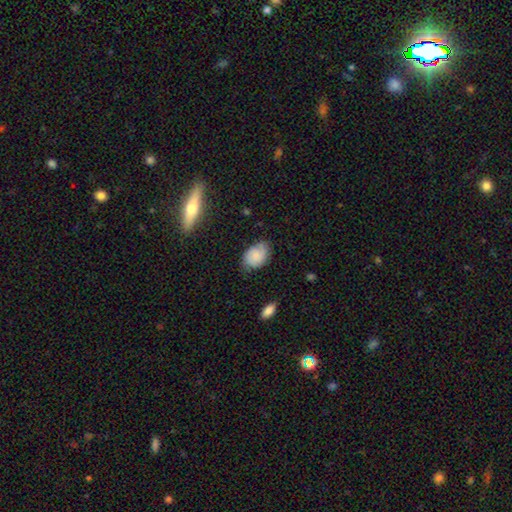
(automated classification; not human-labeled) Overall: smooth (68%). How rounded: in between (78%). Merging: none (67%).